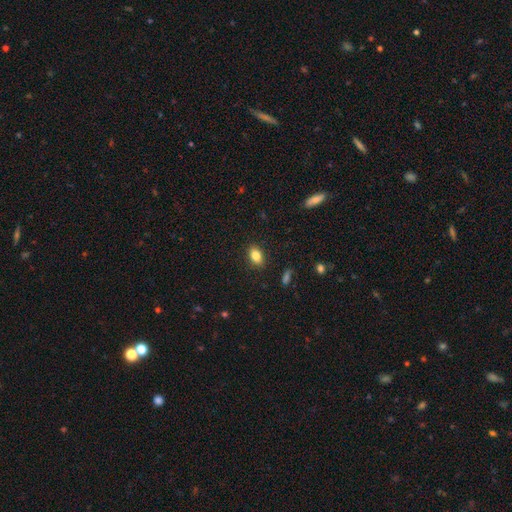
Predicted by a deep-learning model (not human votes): Smooth or featured?
  - smooth: 83% *
  - star or artifact: 9%
  - featured or disk: 9%
How rounded?
  - in between: 85% *
  - round: 12%
  - cigar-shaped: 3%
Merging?
  - none: 87% *
  - minor disturbance: 9%
  - major disturbance: 2%
  - merger: 1%